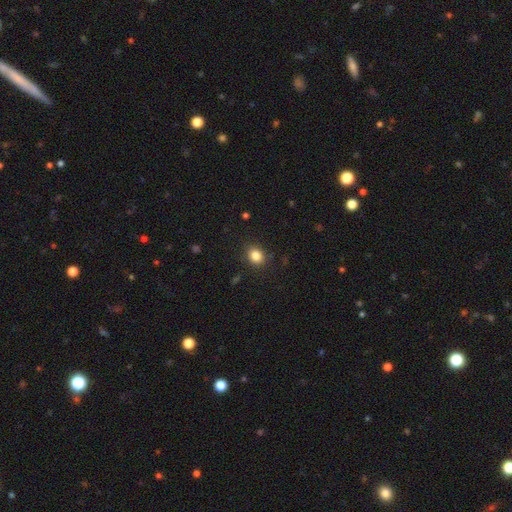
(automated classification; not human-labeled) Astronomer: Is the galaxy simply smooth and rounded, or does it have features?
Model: smooth — 84%.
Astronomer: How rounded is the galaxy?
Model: round — 58% (runner-up: in between, 41%).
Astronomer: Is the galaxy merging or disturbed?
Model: none — 87%.